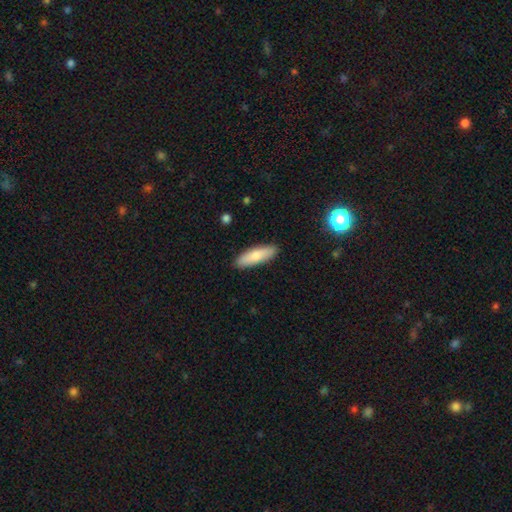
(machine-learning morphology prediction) Q: Smooth or featured?
A: smooth (78%); runner-up: featured or disk (16%)
Q: How rounded?
A: cigar-shaped (53%); runner-up: in between (45%)
Q: Merging?
A: none (89%); runner-up: minor disturbance (8%)